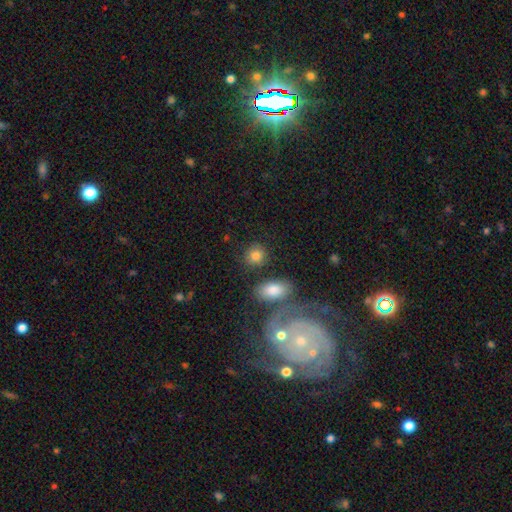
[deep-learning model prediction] smooth-or-featured: smooth: 81% | star or artifact: 10% | featured or disk: 9%
  how-rounded: round: 74% | in between: 25% | cigar-shaped: 2%
  merging: none: 76% | minor disturbance: 11% | merger: 9% | major disturbance: 5%